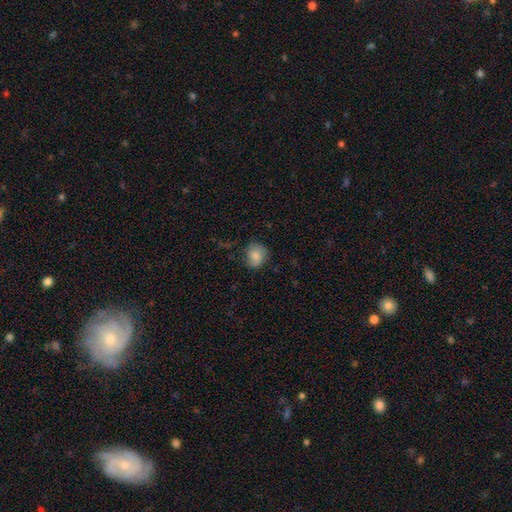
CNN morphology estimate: A smooth galaxy with no disk features (83%) that is round (67%). Merging: none (74%).